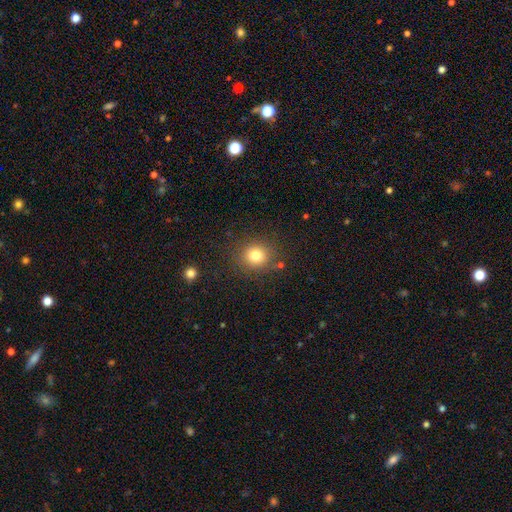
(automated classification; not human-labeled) The model was most divided on "smooth or featured": smooth: 79%, star or artifact: 13%, featured or disk: 8%. More confident: how rounded — round (88%); merging — none (84%).